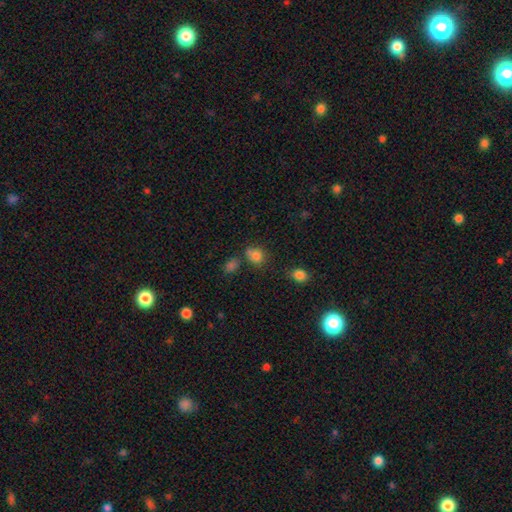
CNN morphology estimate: smooth-or-featured: smooth: 80% | star or artifact: 13% | featured or disk: 7%
  how-rounded: round: 59% | in between: 40% | cigar-shaped: 1%
  merging: none: 57% | minor disturbance: 19% | merger: 17% | major disturbance: 6%